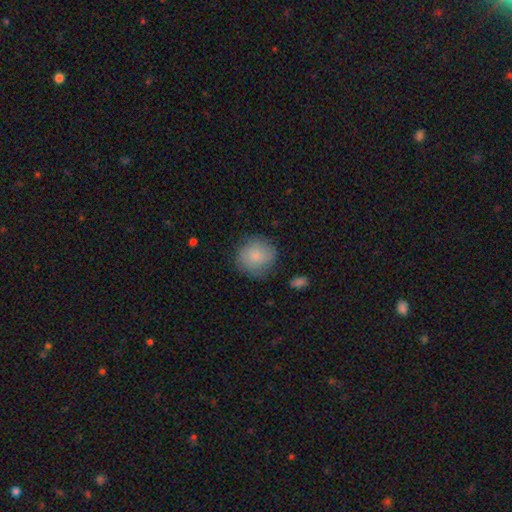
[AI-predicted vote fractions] Morphology: type=smooth (78%); roundness=round (89%); merging=none (74%).